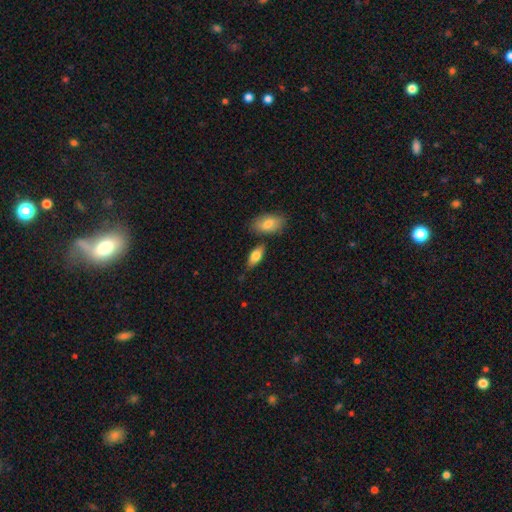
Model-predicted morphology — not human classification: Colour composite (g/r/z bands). It shows a smooth galaxy with no disk features (80%) that is in between round and cigar-shaped (87%). Merging: none (69%).